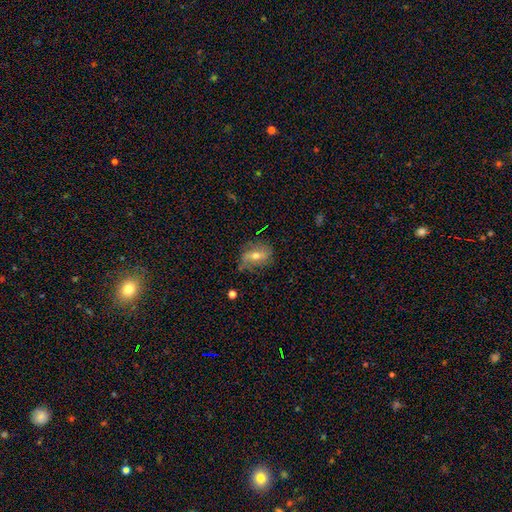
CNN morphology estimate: Q: Smooth or featured?
A: featured or disk (48%); runner-up: smooth (41%)
Q: Merging?
A: none (67%); runner-up: minor disturbance (23%)